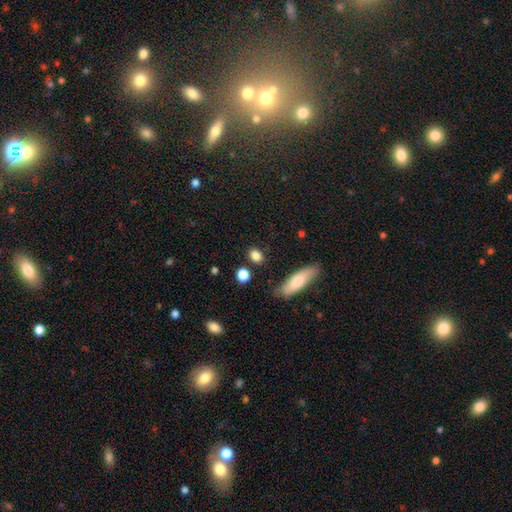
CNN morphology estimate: This is clearly a smooth galaxy (85%). How rounded: possibly in between (55%). Merging: clearly none (81%).